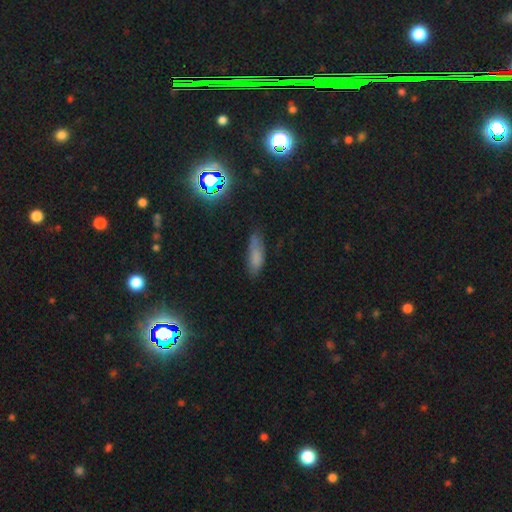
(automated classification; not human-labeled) Smooth or featured? Predicted: smooth (p=0.67). How rounded? Predicted: in between (p=0.50). Merging? Predicted: none (p=0.67).